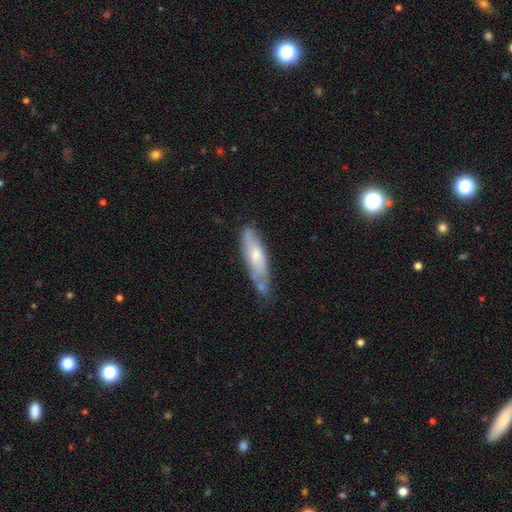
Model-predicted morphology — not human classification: Q: Smooth or featured?
A: smooth (49%); runner-up: featured or disk (45%)
Q: Merging?
A: none (54%); runner-up: minor disturbance (29%)